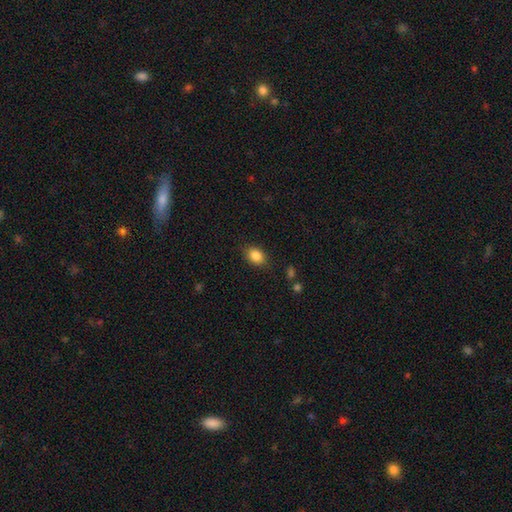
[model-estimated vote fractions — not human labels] Morphology: type=smooth (86%); roundness=in between (74%); merging=none (84%).